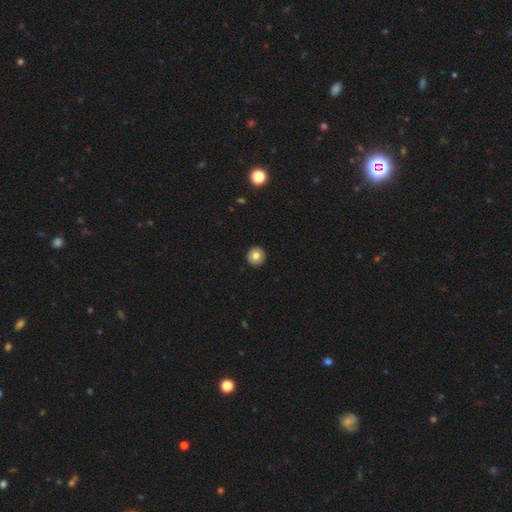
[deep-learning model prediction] Morphology: type=smooth (79%); roundness=round (94%); merging=none (93%).